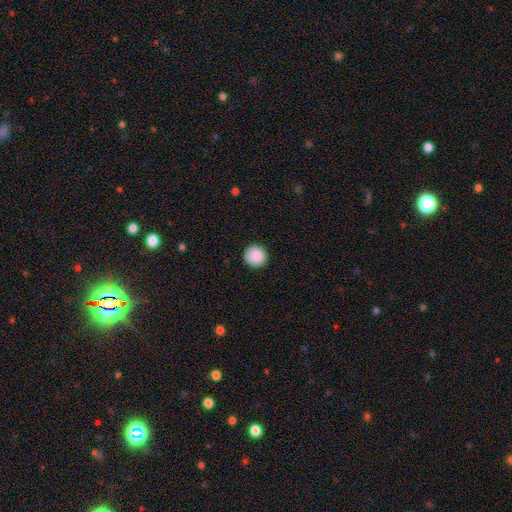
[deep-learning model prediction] This is clearly a smooth galaxy (89%). How rounded: clearly round (96%). Merging: clearly none (92%).